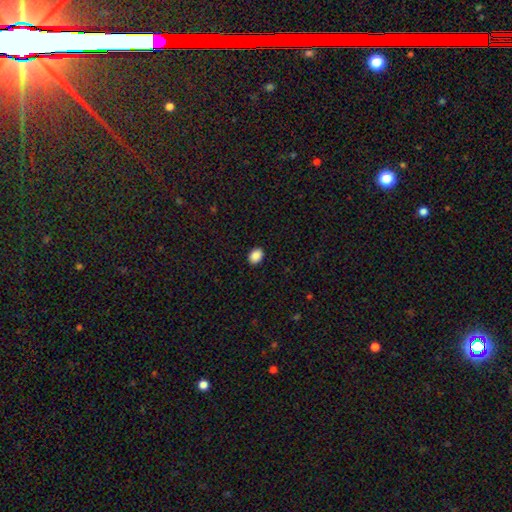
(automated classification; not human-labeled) The model was most divided on "how rounded": in between: 68%, round: 31%, cigar-shaped: 1%. More confident: merging — none (91%); smooth or featured — smooth (89%).